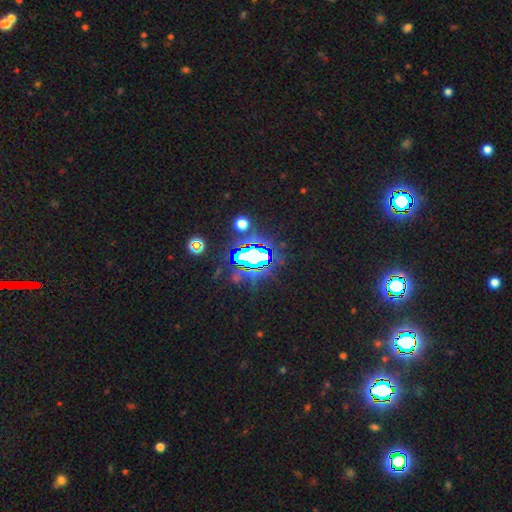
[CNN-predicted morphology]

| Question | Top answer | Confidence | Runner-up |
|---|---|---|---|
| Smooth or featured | star or artifact | 69% | smooth (16%) |